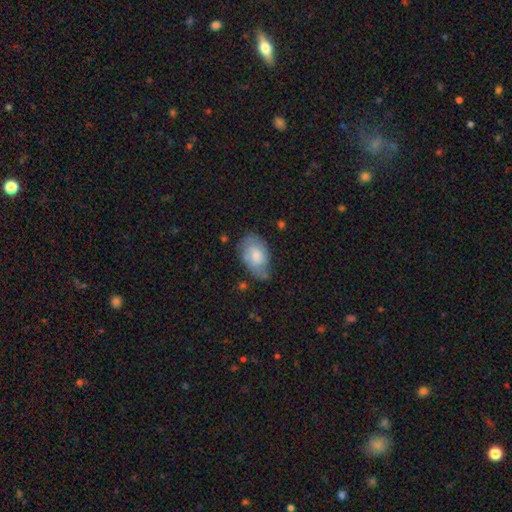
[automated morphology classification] Smooth or featured? Predicted: smooth (p=0.58). How rounded? Predicted: in between (p=0.90). Merging? Predicted: none (p=0.57).